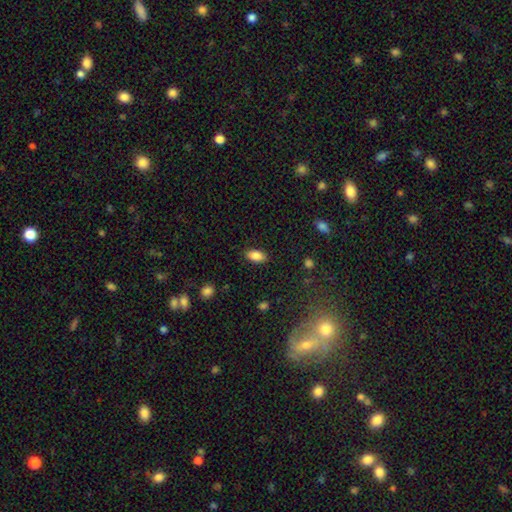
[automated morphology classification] smooth_or_featured: smooth (p=0.87) [alt: star or artifact p=0.08]
how_rounded: in between (p=0.92) [alt: round p=0.04]
merging: none (p=0.87) [alt: minor disturbance p=0.10]